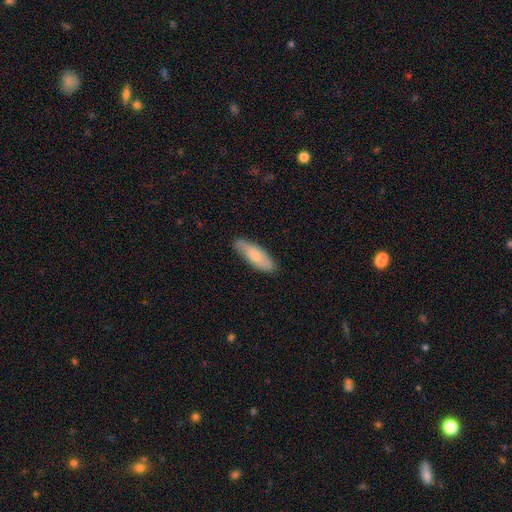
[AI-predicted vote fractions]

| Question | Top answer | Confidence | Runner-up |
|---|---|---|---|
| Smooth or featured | smooth | 72% | featured or disk (22%) |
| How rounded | in between | 55% | cigar-shaped (43%) |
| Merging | none | 82% | minor disturbance (15%) |